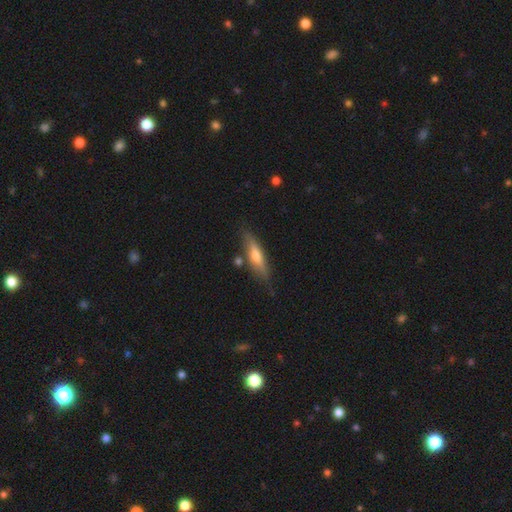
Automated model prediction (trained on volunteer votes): Morphology: type=smooth (47%, tied with featured or disk); merging=none (75%).